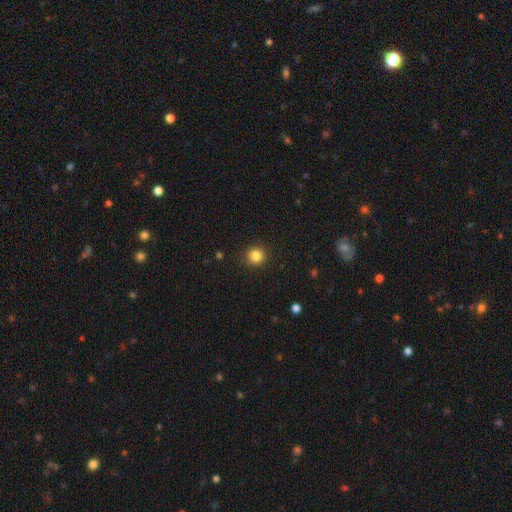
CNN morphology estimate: This appears to be a smooth galaxy with no disk features (84%) that is round (88%). Merging: none (90%).